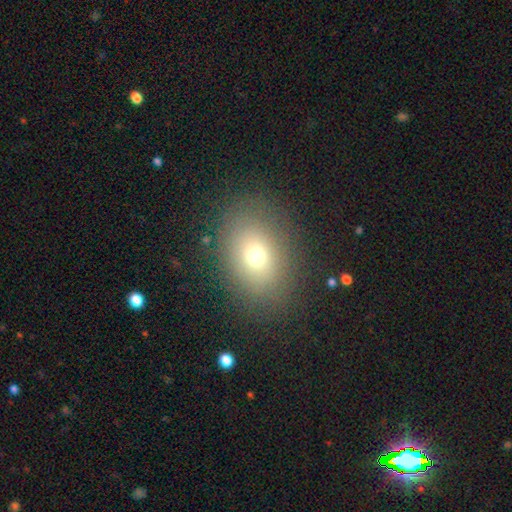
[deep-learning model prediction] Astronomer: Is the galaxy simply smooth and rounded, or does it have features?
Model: smooth — 69%.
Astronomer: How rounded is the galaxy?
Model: in between — 63%.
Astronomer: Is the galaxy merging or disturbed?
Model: none — 83%.